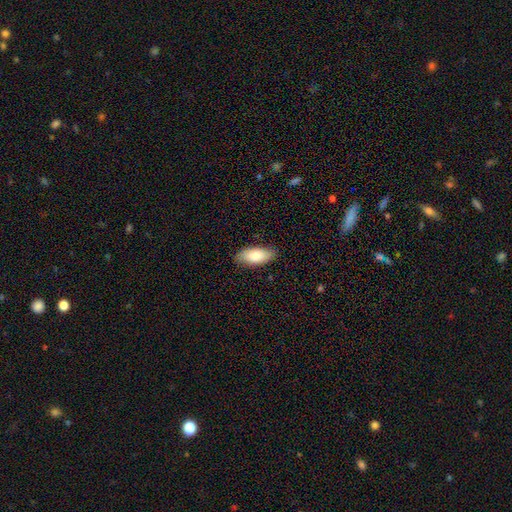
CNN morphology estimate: Smooth or featured? Predicted: smooth (p=0.82). How rounded? Predicted: in between (p=0.89). Merging? Predicted: none (p=0.86).